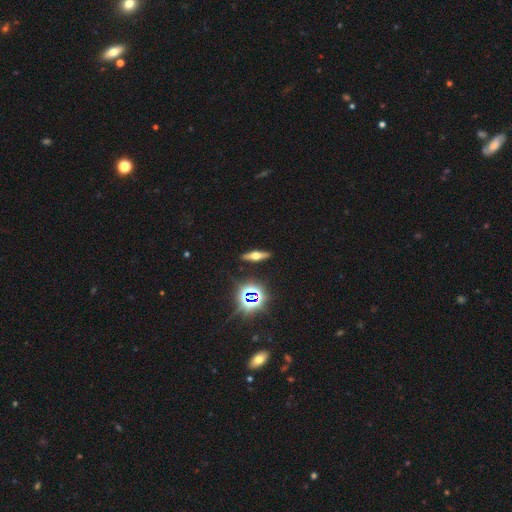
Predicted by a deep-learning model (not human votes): Smooth or featured? Predicted: featured or disk (p=0.52). Edge-on disk? Predicted: yes (p=0.92). Merging? Predicted: none (p=0.89).